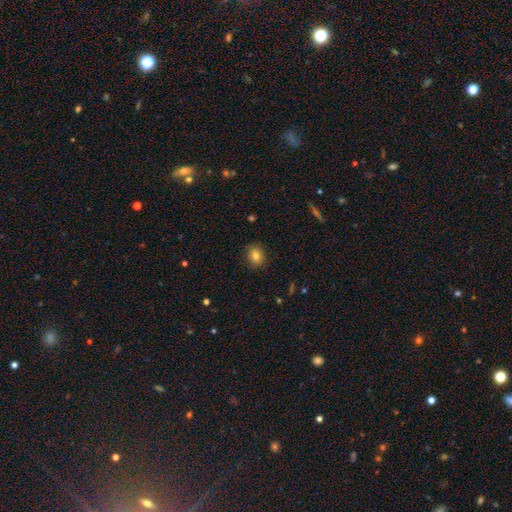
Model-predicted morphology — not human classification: Smooth or featured? smooth (80%)
How rounded? round (65%)
Merging? none (87%)